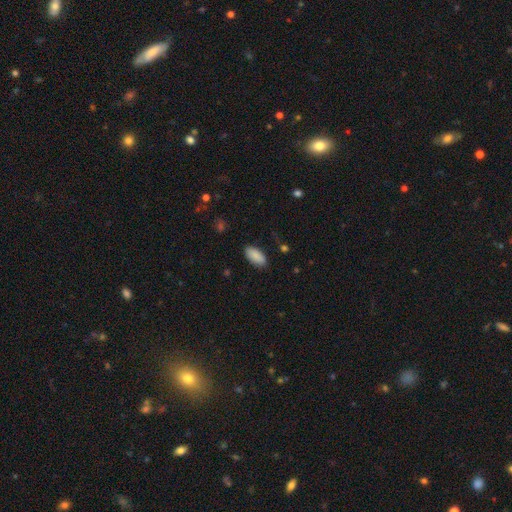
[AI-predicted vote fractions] A smooth galaxy with no disk features (89%) that is in between round and cigar-shaped (92%). Merging: none (86%).